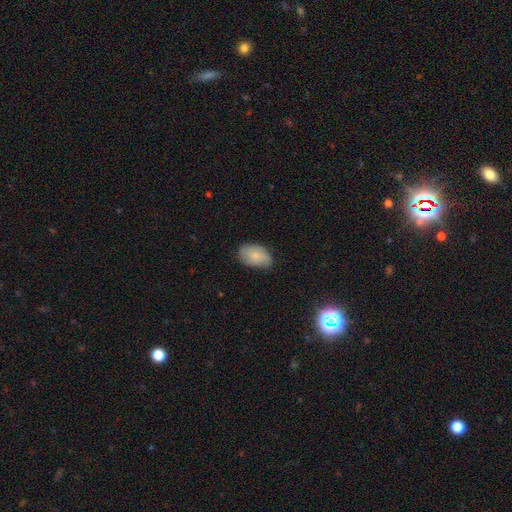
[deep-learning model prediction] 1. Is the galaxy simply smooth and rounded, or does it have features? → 77% smooth, 16% featured or disk, 7% star or artifact.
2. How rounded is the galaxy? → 90% in between, 9% round, 1% cigar-shaped.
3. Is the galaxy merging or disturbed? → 69% none, 26% minor disturbance, 4% major disturbance, 1% merger.